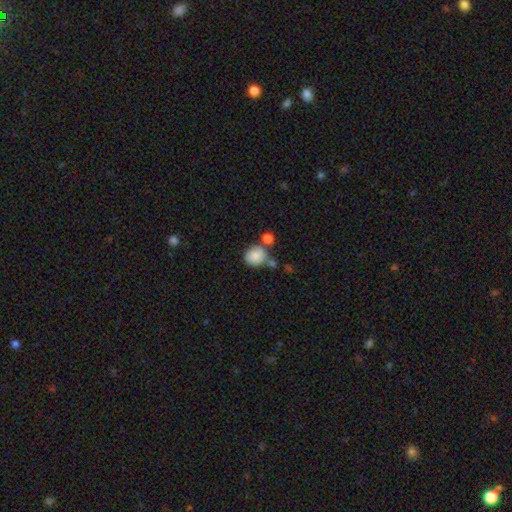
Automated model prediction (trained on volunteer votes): This appears to be a smooth galaxy with no disk features (84%) that is round (73%). Merging: none (56%).